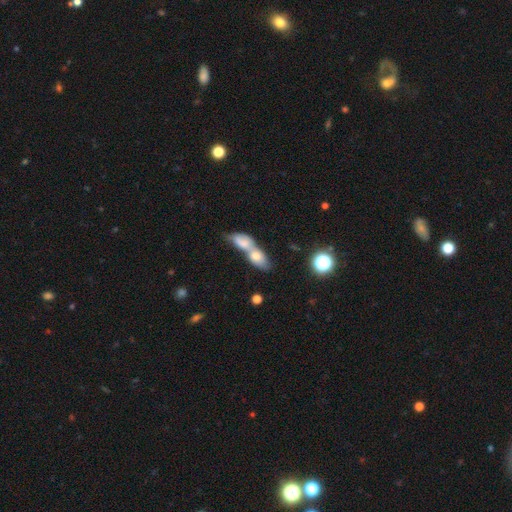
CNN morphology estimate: smooth_or_featured: smooth (p=0.54) [alt: featured or disk p=0.31]
how_rounded: in between (p=0.56) [alt: cigar-shaped p=0.25]
merging: merger (p=0.62) [alt: none p=0.26]